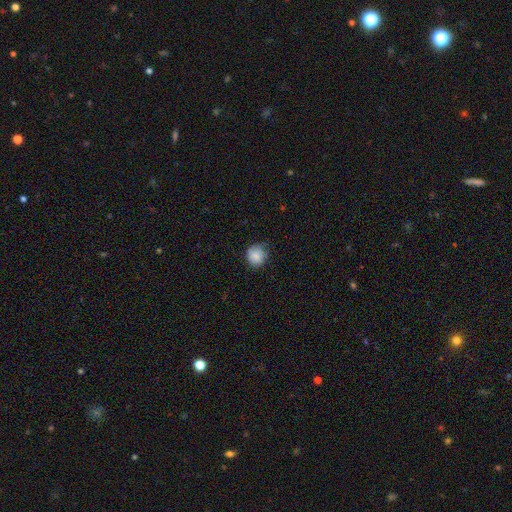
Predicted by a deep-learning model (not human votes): This appears to be a smooth galaxy with no disk features (83%) that is round (84%). Merging: none (71%).